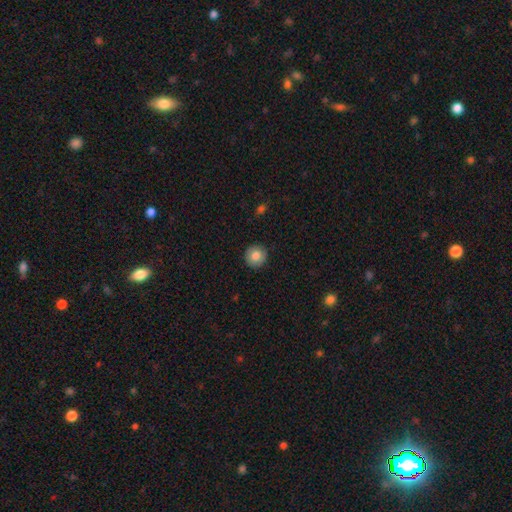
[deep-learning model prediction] Overall: smooth (84%). How rounded: round (95%). Merging: none (91%).